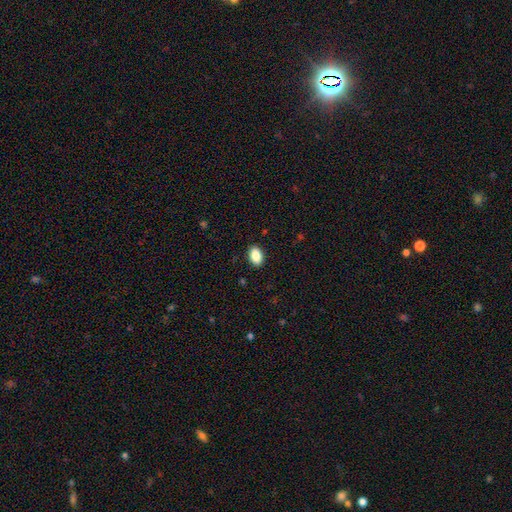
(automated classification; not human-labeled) Smooth or featured?
  - smooth: 88% *
  - star or artifact: 8%
  - featured or disk: 4%
How rounded?
  - in between: 90% *
  - round: 9%
  - cigar-shaped: 2%
Merging?
  - none: 90% *
  - minor disturbance: 8%
  - major disturbance: 2%
  - merger: 1%